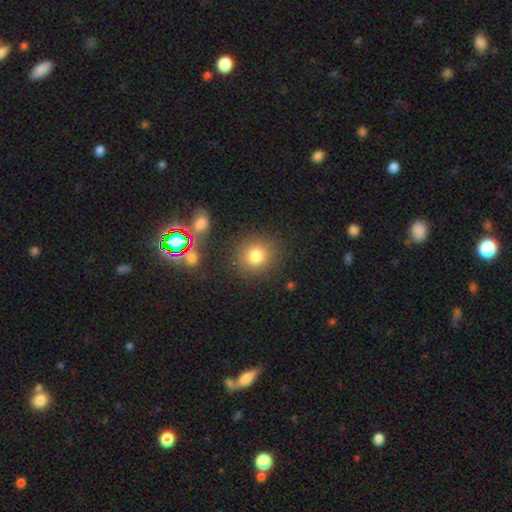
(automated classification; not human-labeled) Smooth or featured: smooth — 80% (star or artifact — 13%)
How rounded: round — 82% (in between — 17%)
Merging: none — 83% (minor disturbance — 9%)